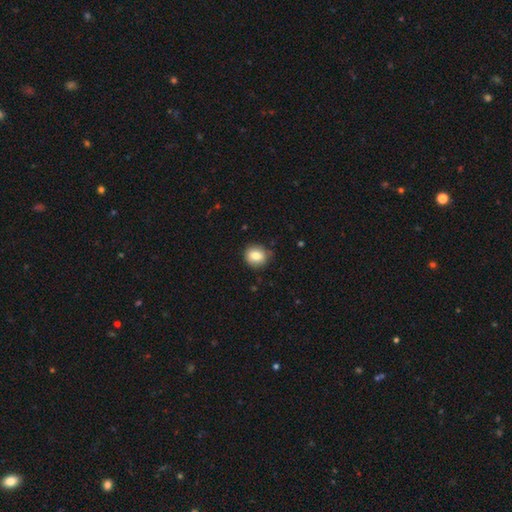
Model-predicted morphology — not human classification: Q: Smooth or featured?
A: smooth (82%); runner-up: star or artifact (9%)
Q: How rounded?
A: round (81%); runner-up: in between (18%)
Q: Merging?
A: none (81%); runner-up: minor disturbance (15%)